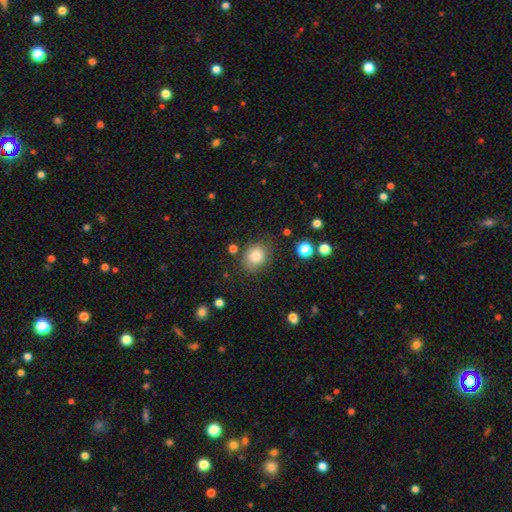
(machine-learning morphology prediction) Smooth or featured? Predicted: smooth (p=0.83). How rounded? Predicted: round (p=0.58). Merging? Predicted: none (p=0.76).